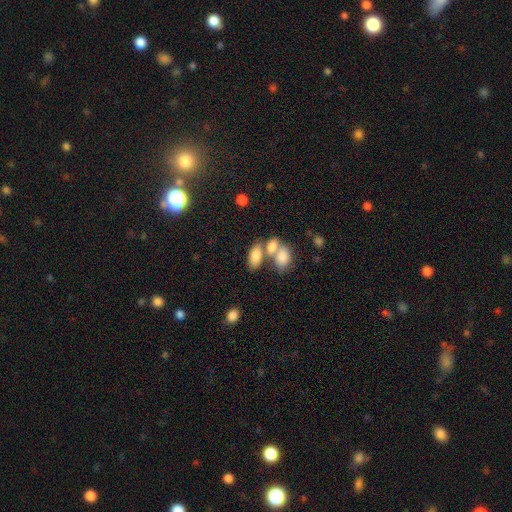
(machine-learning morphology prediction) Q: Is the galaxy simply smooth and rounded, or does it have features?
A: smooth — 79%.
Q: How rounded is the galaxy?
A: in between — 90%.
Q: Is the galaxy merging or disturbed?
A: merger — 48%.